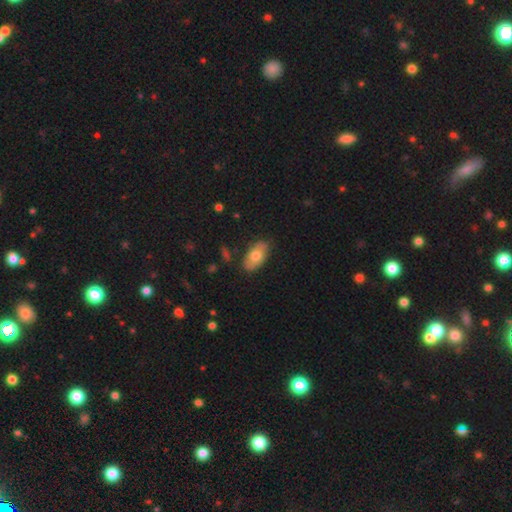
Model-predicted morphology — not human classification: smooth-or-featured: smooth: 70% | featured or disk: 24% | star or artifact: 6%
  how-rounded: in between: 93% | round: 4% | cigar-shaped: 3%
  merging: none: 80% | minor disturbance: 15% | major disturbance: 3% | merger: 2%